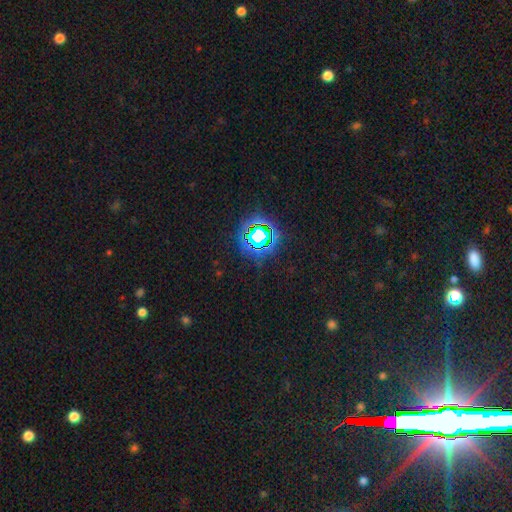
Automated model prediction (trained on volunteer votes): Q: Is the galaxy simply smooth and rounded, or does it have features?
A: star or artifact — 81%.